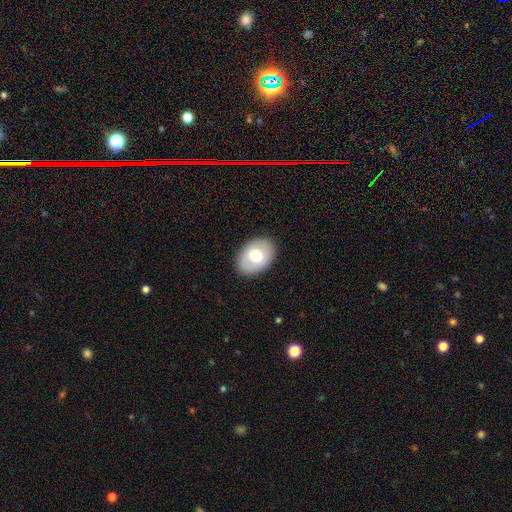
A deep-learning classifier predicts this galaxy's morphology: This appears to be a smooth galaxy with no disk features (65%) that is in between round and cigar-shaped (76%). Merging: none (88%).